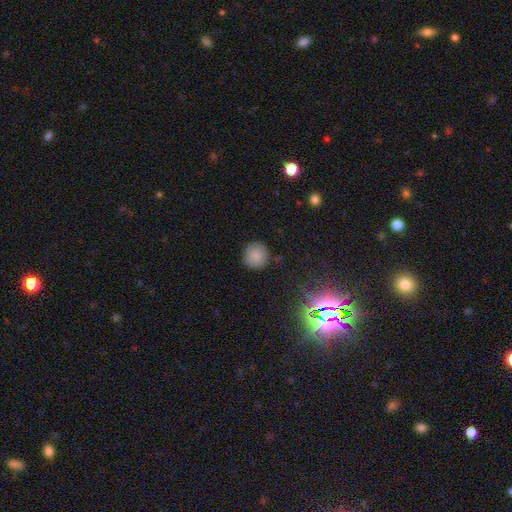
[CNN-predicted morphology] A smooth galaxy with no disk features (83%) that is round (93%).

Vote fractions:
- Smooth or featured? smooth: 83% / star or artifact: 12% / featured or disk: 6%
- How rounded? round: 93% / in between: 6% / cigar-shaped: 1%
- Merging? none: 87% / minor disturbance: 9% / major disturbance: 3% / merger: 1%